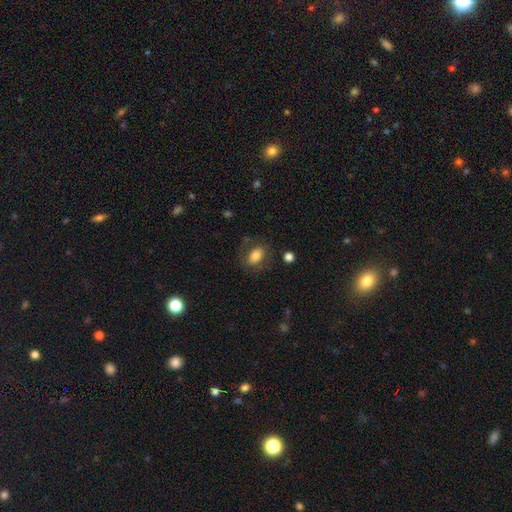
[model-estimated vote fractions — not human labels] smooth 74%, featured or disk 17%, star or artifact 8%. Down the decision tree: how rounded — in between (81%); merging — none (72%).